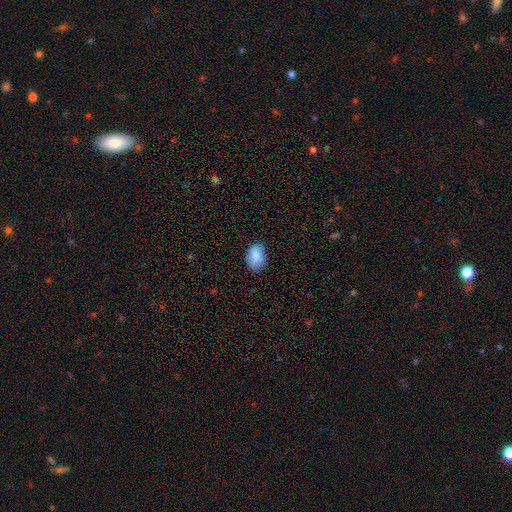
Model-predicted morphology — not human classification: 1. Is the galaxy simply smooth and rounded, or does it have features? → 88% smooth, 7% star or artifact, 5% featured or disk.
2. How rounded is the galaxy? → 87% in between, 12% round, 1% cigar-shaped.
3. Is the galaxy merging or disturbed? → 78% none, 18% minor disturbance, 3% major disturbance, 1% merger.